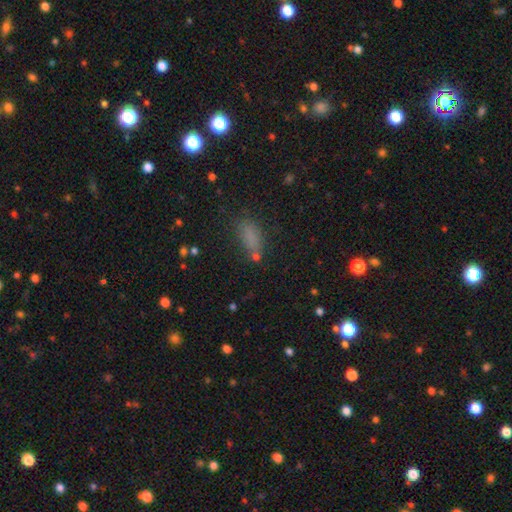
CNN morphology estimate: Smooth or featured? smooth (77%)
How rounded? in between (78%)
Merging? none (68%)